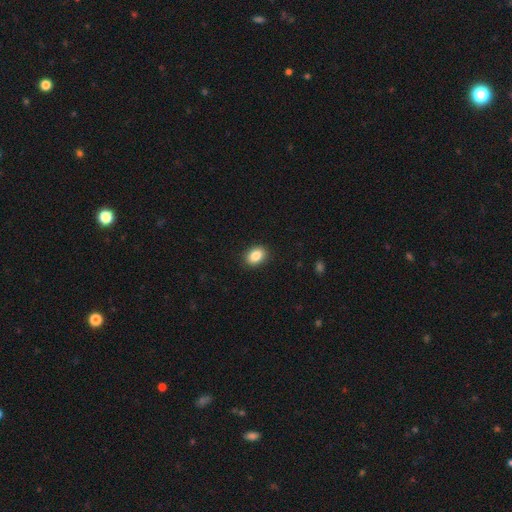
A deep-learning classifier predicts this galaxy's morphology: Smooth or featured? smooth (86%)
How rounded? in between (71%)
Merging? none (91%)